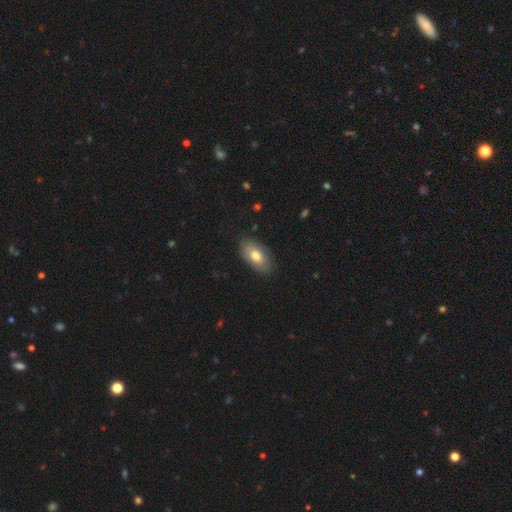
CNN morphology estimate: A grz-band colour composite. It shows a smooth galaxy with no disk features (74%) that is in between round and cigar-shaped (91%). Merging: none (82%).